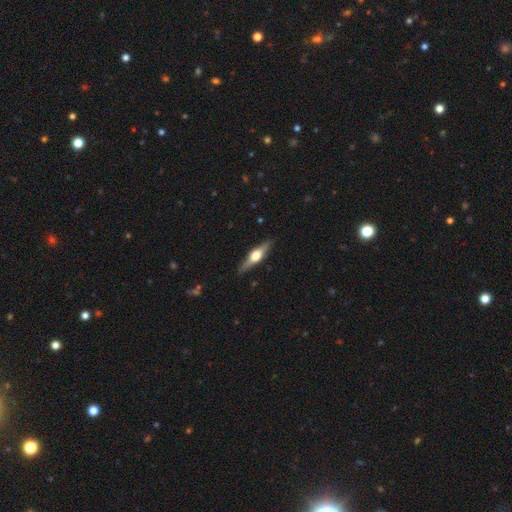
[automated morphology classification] type=featured or disk (73%); edge-on=yes (97%); edge-on bulge=rounded (93%); merging=none (88%).